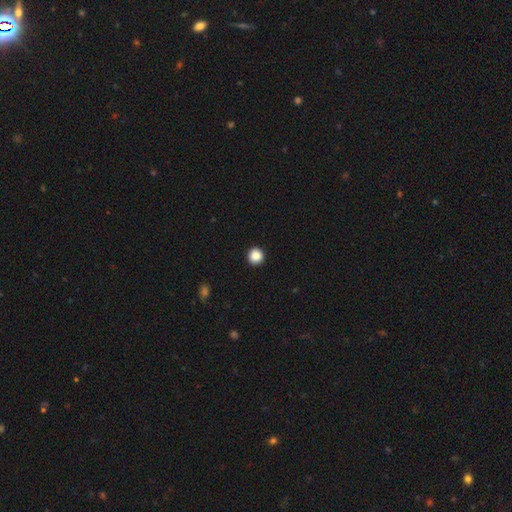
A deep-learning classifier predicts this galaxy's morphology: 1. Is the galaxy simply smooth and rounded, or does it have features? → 87% smooth, 10% star or artifact, 3% featured or disk.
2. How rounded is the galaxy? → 95% round, 4% in between, 1% cigar-shaped.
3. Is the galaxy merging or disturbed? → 94% none, 4% minor disturbance, 1% major disturbance, 1% merger.